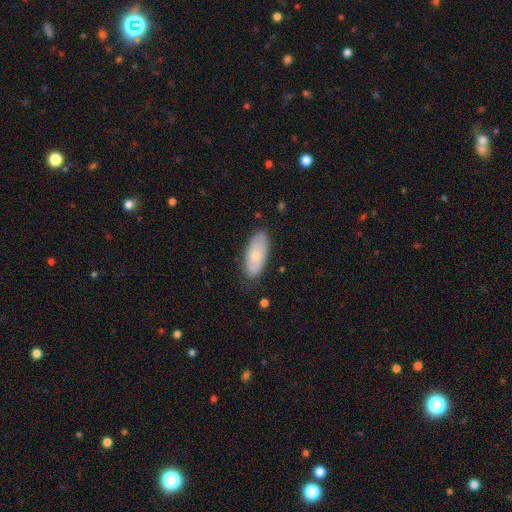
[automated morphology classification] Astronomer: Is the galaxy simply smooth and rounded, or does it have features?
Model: smooth — 67%.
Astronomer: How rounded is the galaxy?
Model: in between — 87%.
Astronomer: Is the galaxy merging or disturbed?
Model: none — 78%.